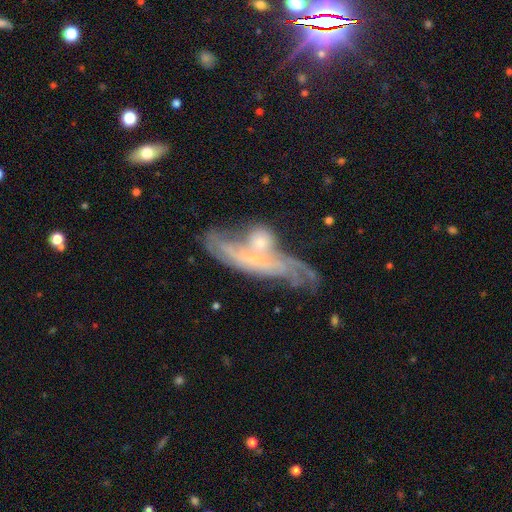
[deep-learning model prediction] A featured or disk galaxy (73%) with no bar (68%), spiral arms (79%) and a small central bulge (70%). Merging: merger (45%).